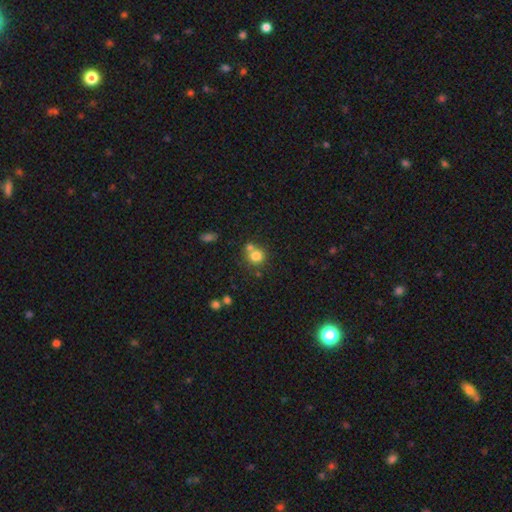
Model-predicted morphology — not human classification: Smooth or featured? smooth (78%)
How rounded? round (85%)
Merging? none (54%)